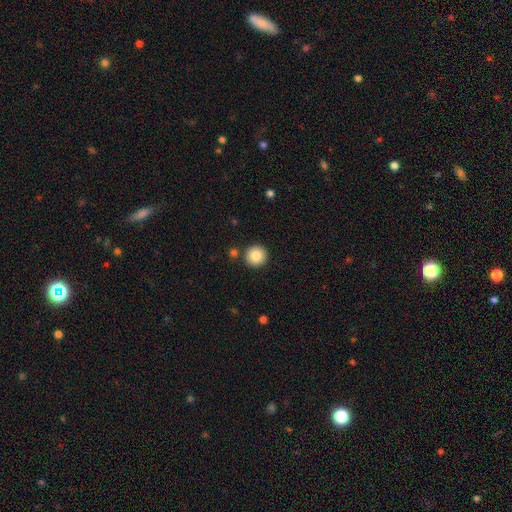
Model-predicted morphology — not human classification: The model was most divided on "smooth or featured": smooth: 86%, star or artifact: 9%, featured or disk: 6%. More confident: how rounded — round (95%); merging — none (88%).